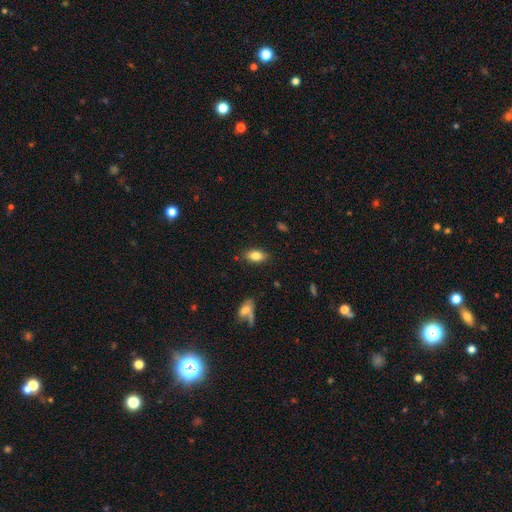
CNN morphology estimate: The model was most divided on "smooth or featured": smooth: 81%, featured or disk: 11%, star or artifact: 8%. More confident: how rounded — in between (89%); merging — none (85%).